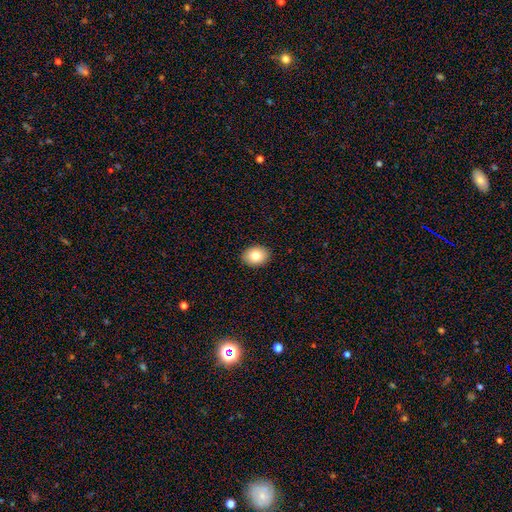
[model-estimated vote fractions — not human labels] This appears to be a smooth galaxy with no disk features (80%) that is in between round and cigar-shaped (59%). Merging: none (91%).